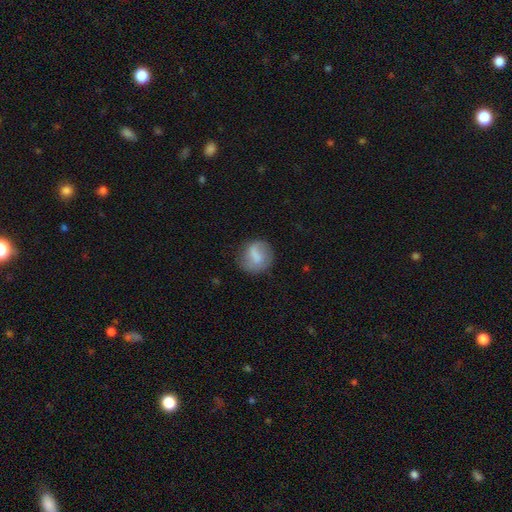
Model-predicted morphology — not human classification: The model was most divided on "smooth or featured": smooth: 59%, featured or disk: 33%, star or artifact: 8%. More confident: how rounded — round (75%); merging — none (64%).